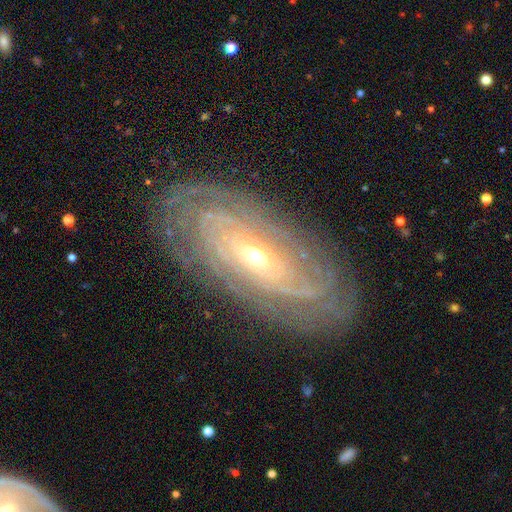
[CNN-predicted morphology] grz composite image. It shows a featured or disk galaxy (85%) with no bar (71%), tight (81%) spiral arms (91%) and a moderate central bulge (51%). Merging: none (75%).